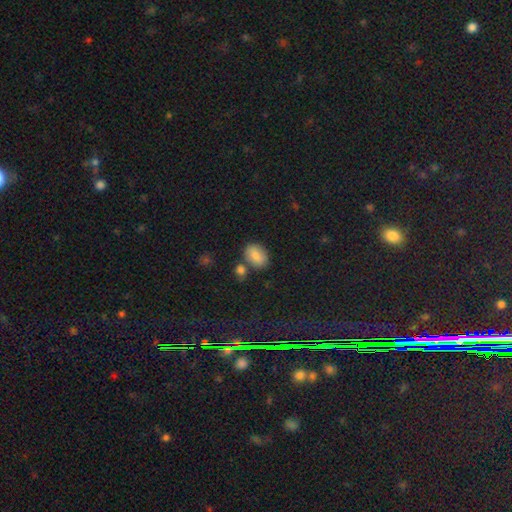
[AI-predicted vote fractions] A smooth galaxy with no disk features (82%) that is in between round and cigar-shaped (79%).

Vote fractions:
- Smooth or featured? smooth: 82% / featured or disk: 9% / star or artifact: 9%
- How rounded? in between: 79% / round: 20% / cigar-shaped: 1%
- Merging? none: 70% / minor disturbance: 14% / merger: 12% / major disturbance: 4%